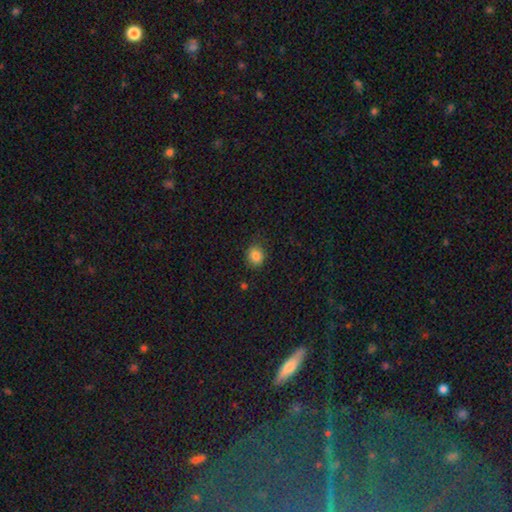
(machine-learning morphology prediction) Smooth or featured: smooth — 86% (star or artifact — 11%)
How rounded: round — 71% (in between — 28%)
Merging: none — 82% (minor disturbance — 13%)